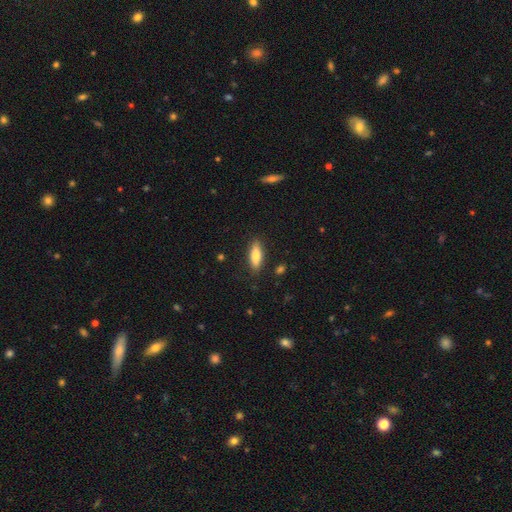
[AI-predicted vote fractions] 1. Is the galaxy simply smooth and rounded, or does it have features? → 77% smooth, 17% featured or disk, 6% star or artifact.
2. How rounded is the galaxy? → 57% in between, 41% cigar-shaped, 2% round.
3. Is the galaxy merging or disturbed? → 86% none, 10% minor disturbance, 2% major disturbance, 1% merger.